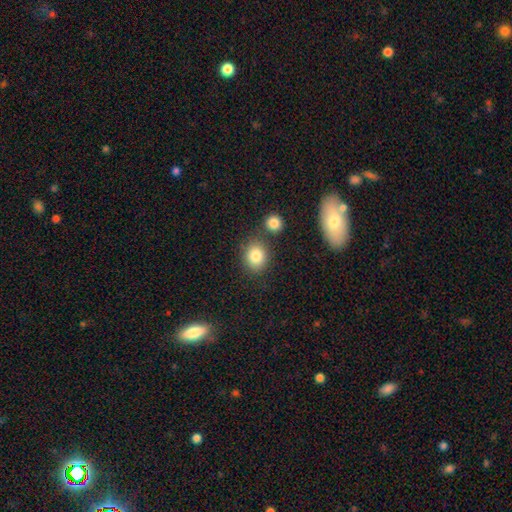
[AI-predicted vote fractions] Smooth or featured: smooth — 84% (star or artifact — 10%)
How rounded: round — 64% (in between — 34%)
Merging: none — 73% (minor disturbance — 12%)